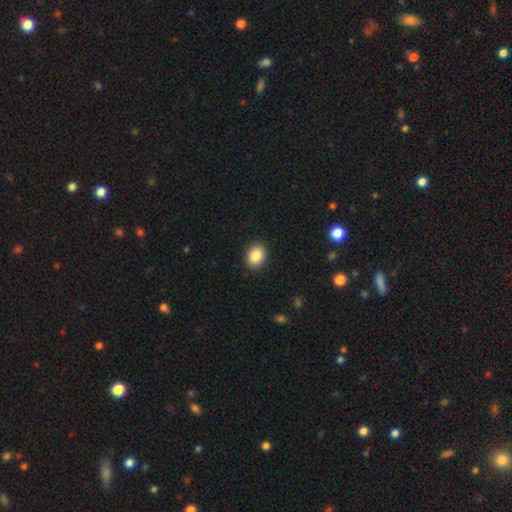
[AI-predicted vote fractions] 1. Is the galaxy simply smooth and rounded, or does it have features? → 87% smooth, 8% star or artifact, 5% featured or disk.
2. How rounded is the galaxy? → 59% in between, 40% round, 1% cigar-shaped.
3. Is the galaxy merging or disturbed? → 90% none, 7% minor disturbance, 2% major disturbance, 1% merger.